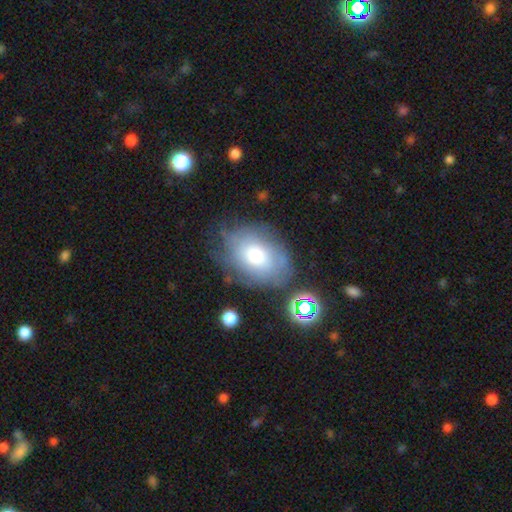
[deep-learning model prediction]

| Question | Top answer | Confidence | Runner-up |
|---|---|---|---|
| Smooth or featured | smooth | 53% | featured or disk (36%) |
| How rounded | in between | 72% | round (27%) |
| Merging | none | 67% | minor disturbance (20%) |